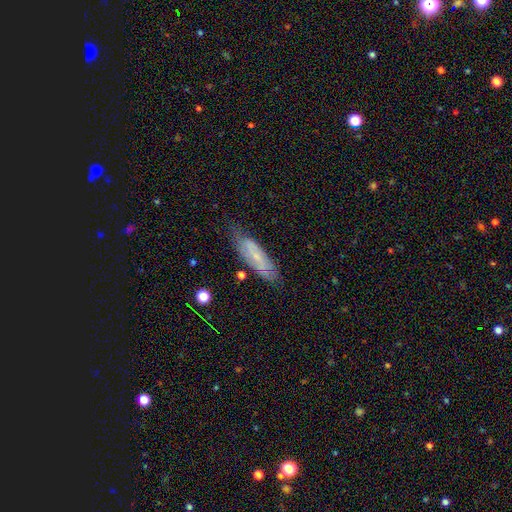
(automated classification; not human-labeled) Smooth or featured?
  - featured or disk: 50% *
  - smooth: 42%
  - star or artifact: 8%
Merging?
  - none: 65% *
  - minor disturbance: 26%
  - major disturbance: 7%
  - merger: 3%